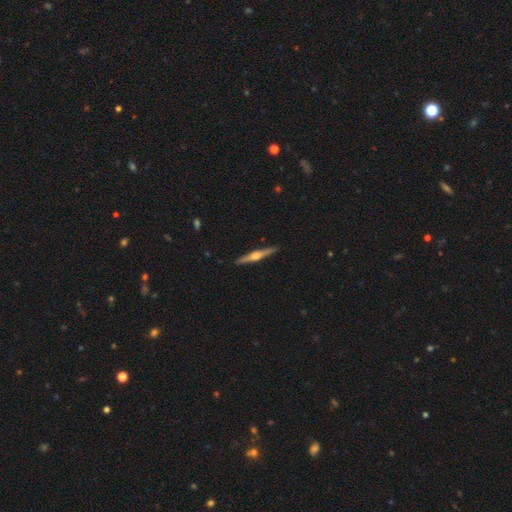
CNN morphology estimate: This appears to be a featured or disk galaxy (77%) viewed edge-on (98%) with a rounded central bulge (93%). Merging: none (92%).